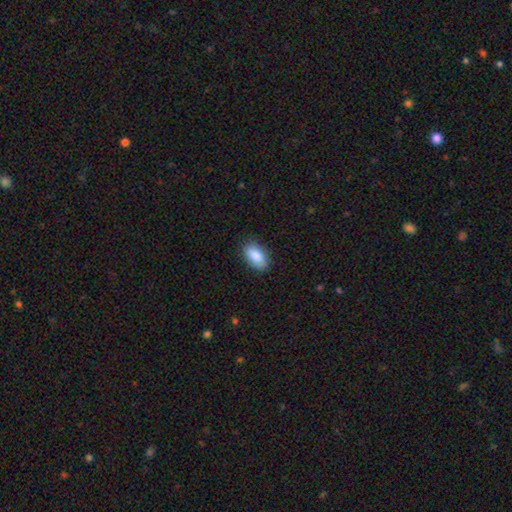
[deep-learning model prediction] smooth-or-featured: smooth: 89% | star or artifact: 6% | featured or disk: 5%
  how-rounded: in between: 93% | cigar-shaped: 4% | round: 3%
  merging: none: 85% | minor disturbance: 12% | major disturbance: 2% | merger: 1%